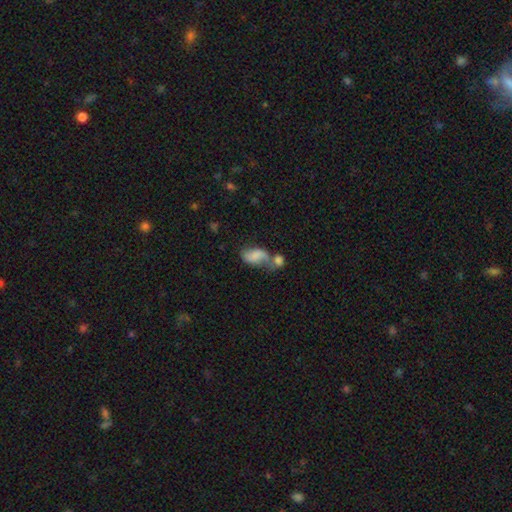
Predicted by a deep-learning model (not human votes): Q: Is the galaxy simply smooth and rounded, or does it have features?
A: smooth — 64%.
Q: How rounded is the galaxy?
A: in between — 89%.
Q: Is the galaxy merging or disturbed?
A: merger — 52%.